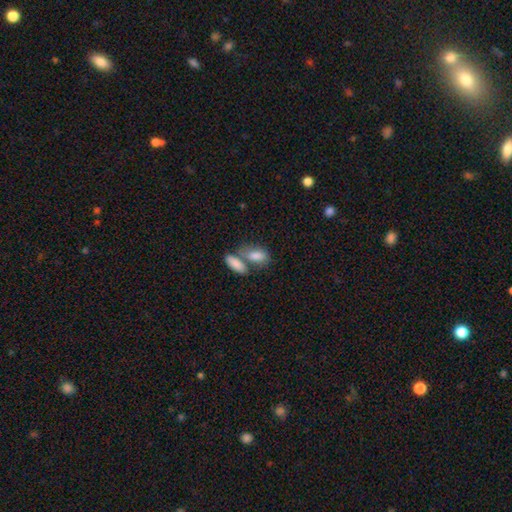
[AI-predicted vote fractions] Morphology: type=smooth (84%); roundness=in between (87%); merging=merger (47%).